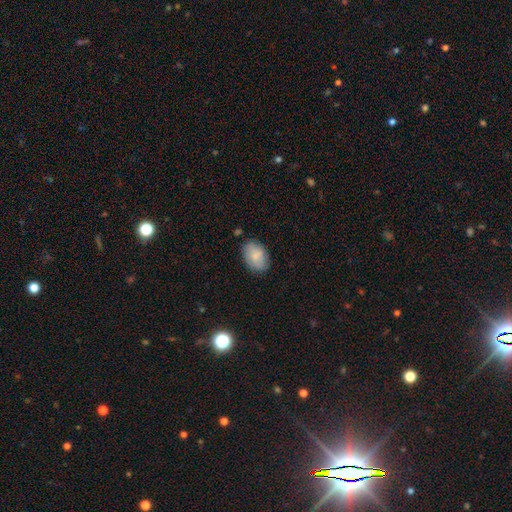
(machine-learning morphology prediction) Smooth or featured?
  - smooth: 81% *
  - featured or disk: 13%
  - star or artifact: 6%
How rounded?
  - in between: 87% *
  - round: 12%
  - cigar-shaped: 1%
Merging?
  - none: 80% *
  - minor disturbance: 15%
  - major disturbance: 3%
  - merger: 2%